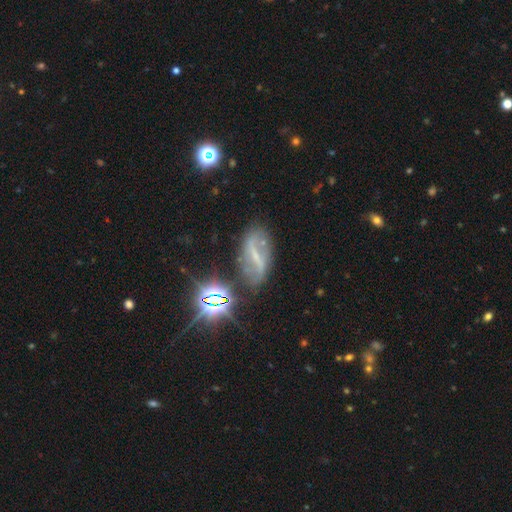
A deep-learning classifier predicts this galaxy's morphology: type=featured or disk (65%); edge-on=no (91%); bar=strong (64%); spiral arms=yes (75%); bulge=small (47%); merging=none (71%).